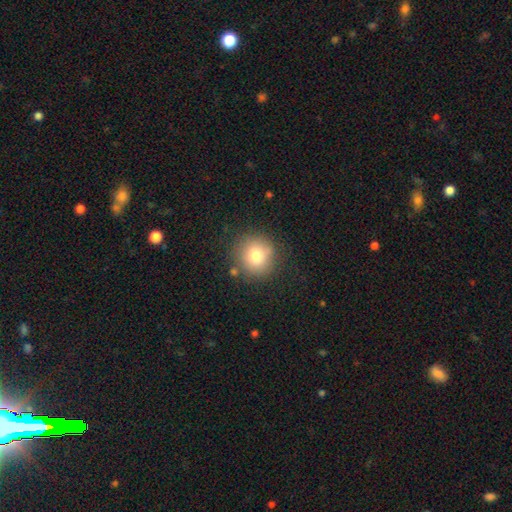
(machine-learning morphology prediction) A smooth galaxy with no disk features (76%) that is round (93%).

Vote fractions:
- Smooth or featured? smooth: 76% / star or artifact: 12% / featured or disk: 12%
- How rounded? round: 93% / in between: 6% / cigar-shaped: 1%
- Merging? none: 83% / minor disturbance: 10% / major disturbance: 3% / merger: 3%